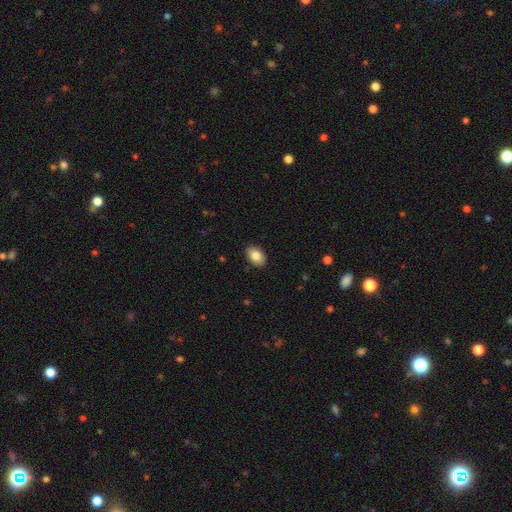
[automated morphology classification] smooth 85%, featured or disk 8%, star or artifact 7%. Down the decision tree: how rounded — in between (88%); merging — none (89%).